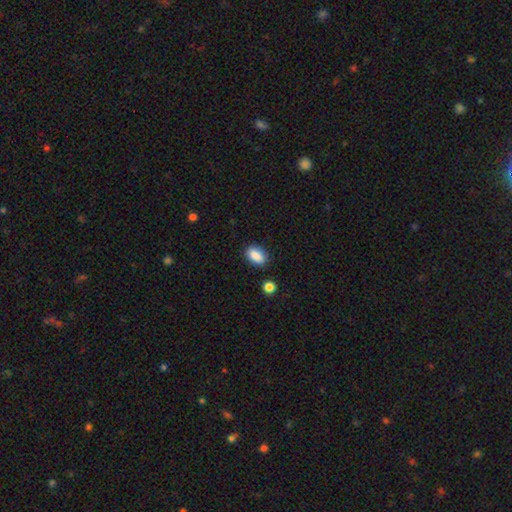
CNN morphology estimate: This is clearly a smooth galaxy (88%). How rounded: clearly in between (88%). Merging: clearly none (85%).